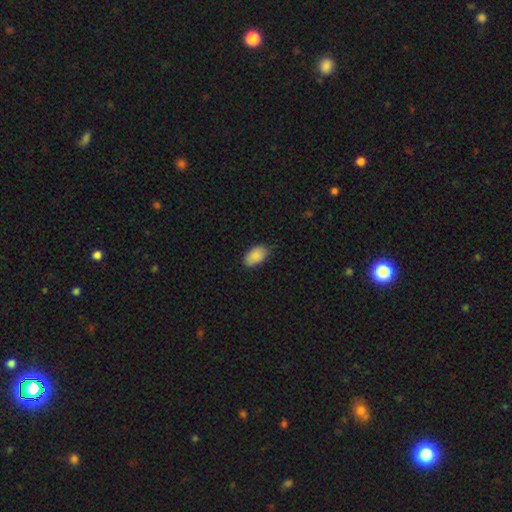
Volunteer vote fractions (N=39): Smooth or featured? smooth (90%)
How rounded? in between (91%)
Merging? none (78%)